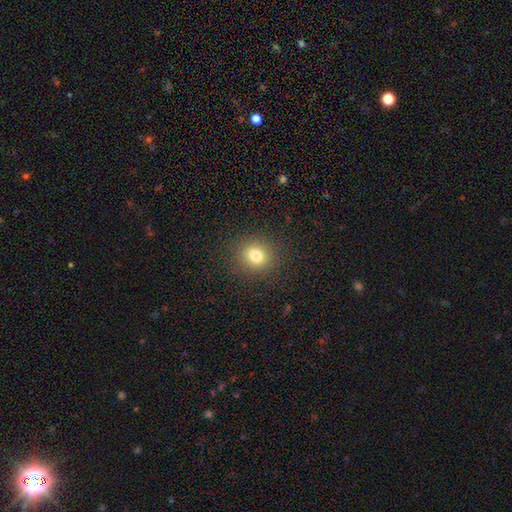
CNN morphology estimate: smooth 79%, star or artifact 14%, featured or disk 8%. Down the decision tree: how rounded — round (84%); merging — none (89%).